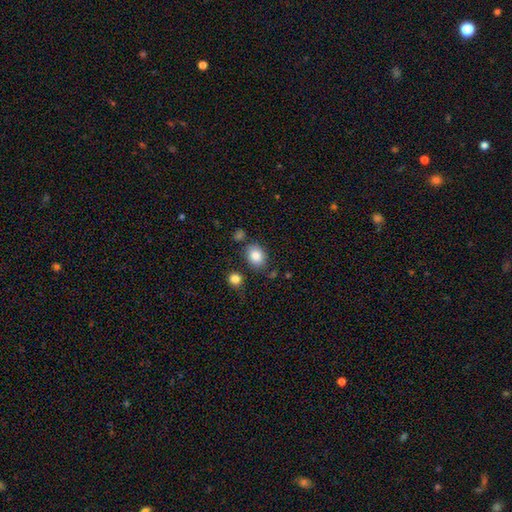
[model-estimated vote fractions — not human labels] This appears to be a smooth galaxy with no disk features (85%) that is in between round and cigar-shaped (57%). Merging: none (77%).